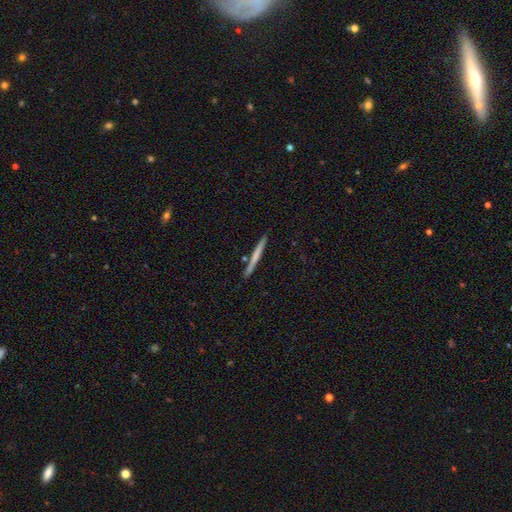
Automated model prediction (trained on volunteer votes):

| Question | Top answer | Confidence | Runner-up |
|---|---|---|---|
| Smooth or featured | smooth | 55% | featured or disk (40%) |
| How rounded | cigar-shaped | 97% | in between (2%) |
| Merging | none | 89% | minor disturbance (7%) |